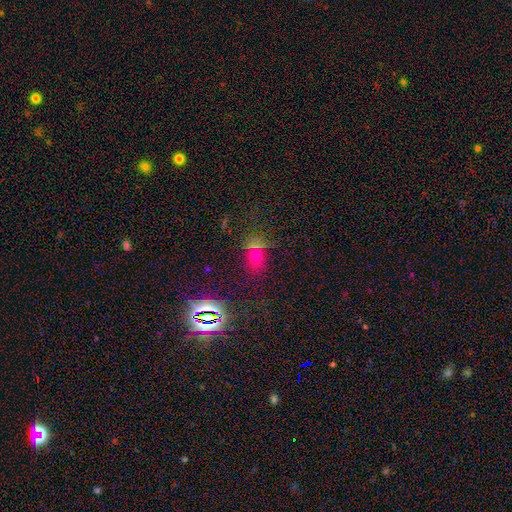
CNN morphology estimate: Smooth or featured: smooth — 55% (star or artifact — 33%)
How rounded: in between — 65% (round — 31%)
Merging: none — 65% (minor disturbance — 15%)